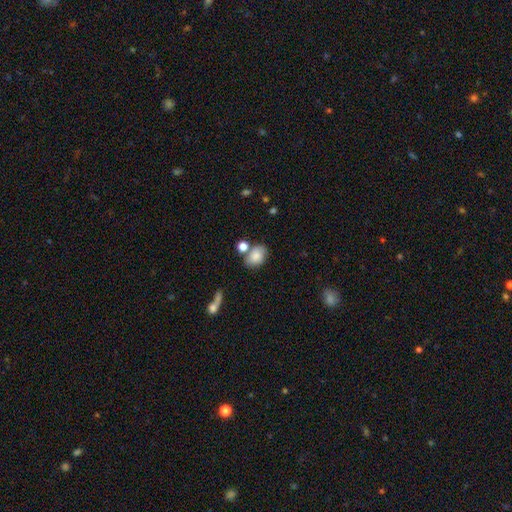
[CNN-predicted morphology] Overall: smooth (80%). How rounded: in between (70%). Merging: none (57%; merger 22%).